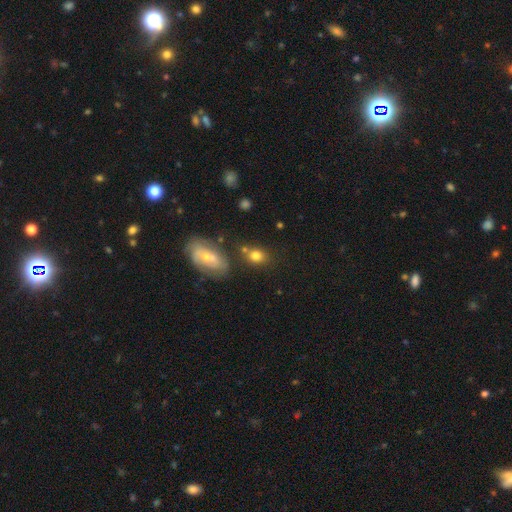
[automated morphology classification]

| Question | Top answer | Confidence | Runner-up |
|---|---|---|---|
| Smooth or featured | smooth | 78% | featured or disk (12%) |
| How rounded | in between | 50% | round (48%) |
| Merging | none | 65% | minor disturbance (16%) |